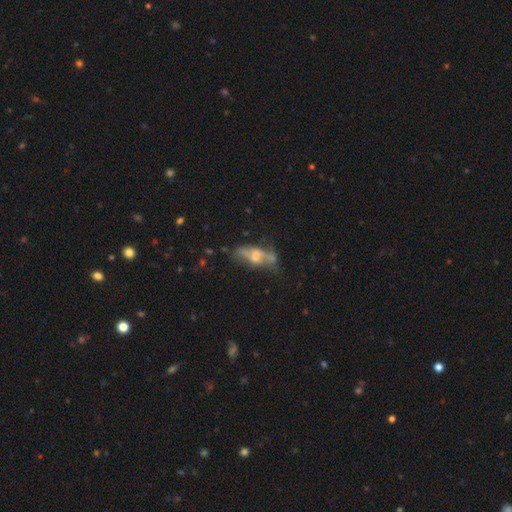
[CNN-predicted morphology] A featured or disk galaxy (56%).

Vote fractions:
- Smooth or featured? featured or disk: 56% / smooth: 34% / star or artifact: 11%
- Edge-on disk? no: 65% / yes: 35%
- Merging? none: 41% / major disturbance: 24% / minor disturbance: 23% / merger: 12%